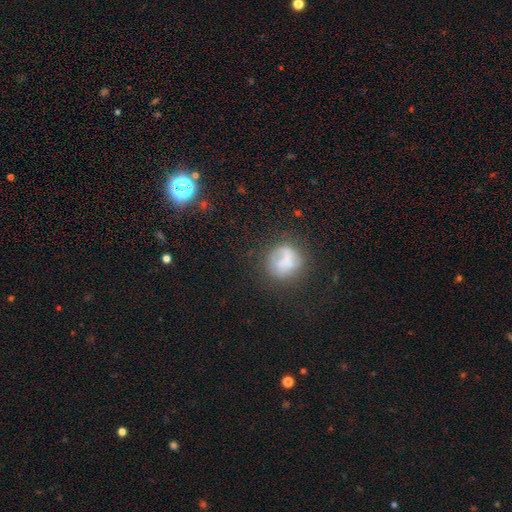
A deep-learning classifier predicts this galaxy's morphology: smooth_or_featured: smooth (p=0.52) [alt: star or artifact p=0.37]
how_rounded: round (p=0.77) [alt: in between p=0.22]
merging: none (p=0.77) [alt: minor disturbance p=0.13]